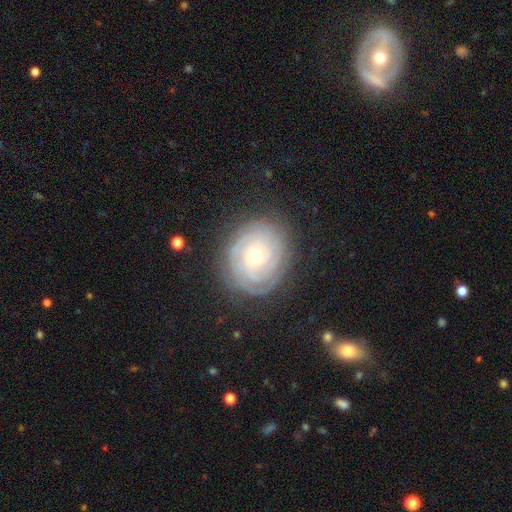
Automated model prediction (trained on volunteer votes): This is likely a featured or disk galaxy (76%). It is clearly not viewed edge-on (97%). Bar: likely no (79%). Spiral arm pattern: clearly yes (93%). Spiral arm count: marginally can't tell (40%). Spiral winding: clearly tight (83%). Central bulge: possibly small (51%). Merging: clearly none (81%).